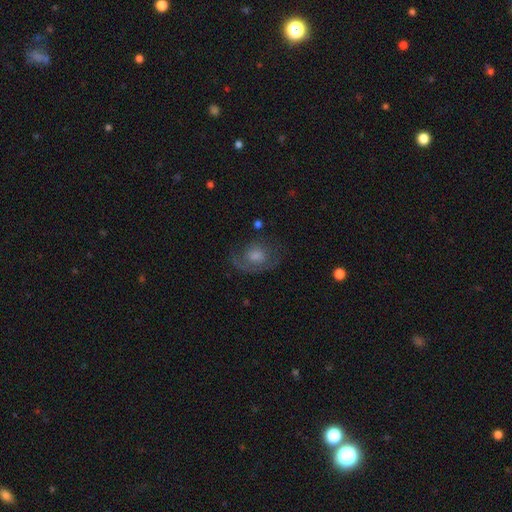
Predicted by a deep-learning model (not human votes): This appears to be a featured or disk galaxy (51%). Merging: none (59%).